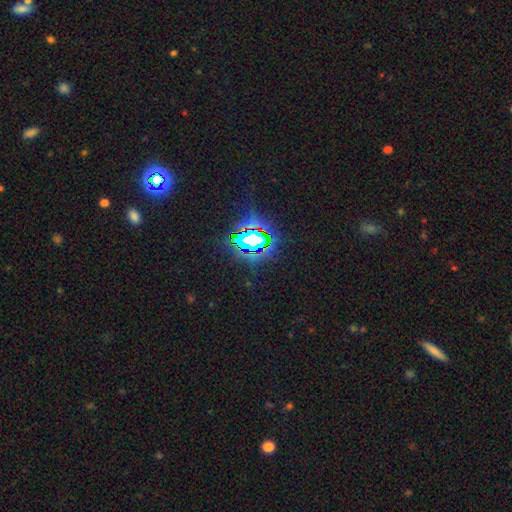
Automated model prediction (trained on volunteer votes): This appears to be a star or artifact, not a galaxy (80%).